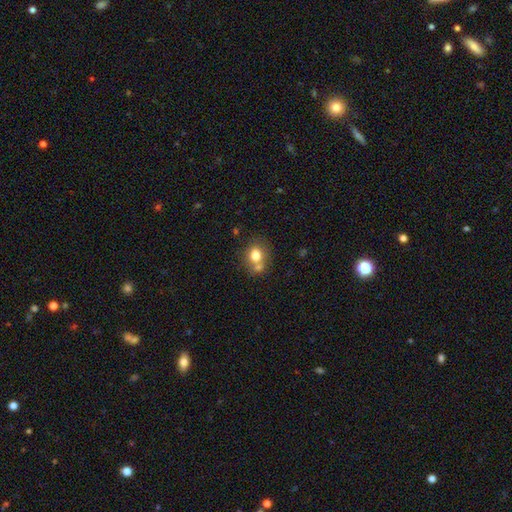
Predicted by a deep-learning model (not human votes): Q: Smooth or featured?
A: smooth (76%); runner-up: featured or disk (13%)
Q: How rounded?
A: round (60%); runner-up: in between (39%)
Q: Merging?
A: none (53%); runner-up: merger (29%)